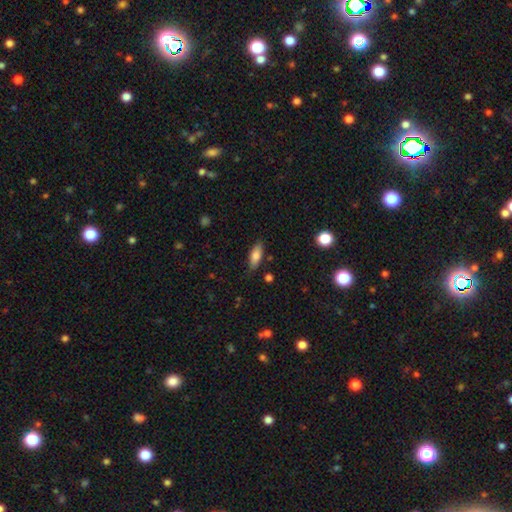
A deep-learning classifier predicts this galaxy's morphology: A smooth galaxy with no disk features (79%) that is in between round and cigar-shaped (74%). Merging: none (83%).